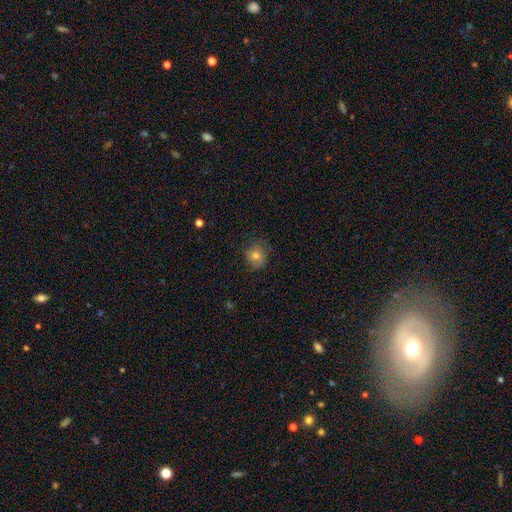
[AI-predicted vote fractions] Q: Smooth or featured?
A: smooth (73%); runner-up: featured or disk (14%)
Q: How rounded?
A: round (78%); runner-up: in between (21%)
Q: Merging?
A: none (75%); runner-up: minor disturbance (18%)